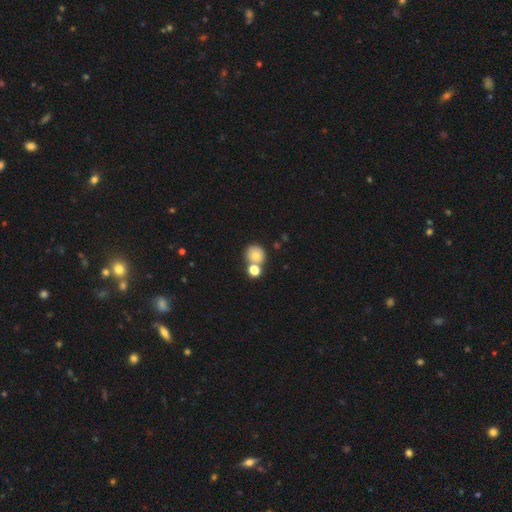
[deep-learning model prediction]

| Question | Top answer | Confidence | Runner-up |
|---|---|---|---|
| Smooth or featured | smooth | 75% | featured or disk (13%) |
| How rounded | round | 86% | in between (13%) |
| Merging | none | 54% | merger (35%) |